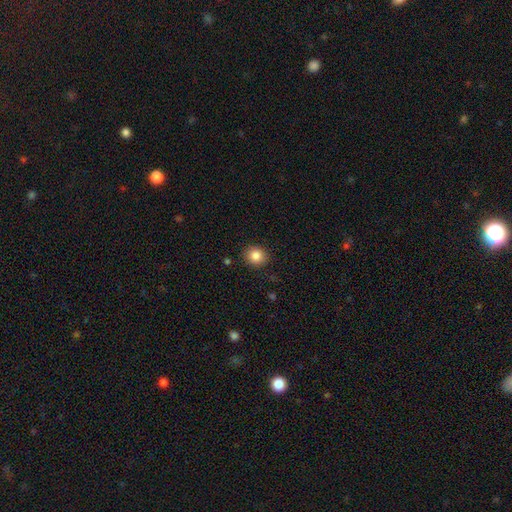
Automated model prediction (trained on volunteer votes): Smooth or featured?
  - smooth: 86% *
  - star or artifact: 10%
  - featured or disk: 5%
How rounded?
  - round: 82% *
  - in between: 17%
  - cigar-shaped: 1%
Merging?
  - none: 90% *
  - minor disturbance: 7%
  - major disturbance: 2%
  - merger: 1%